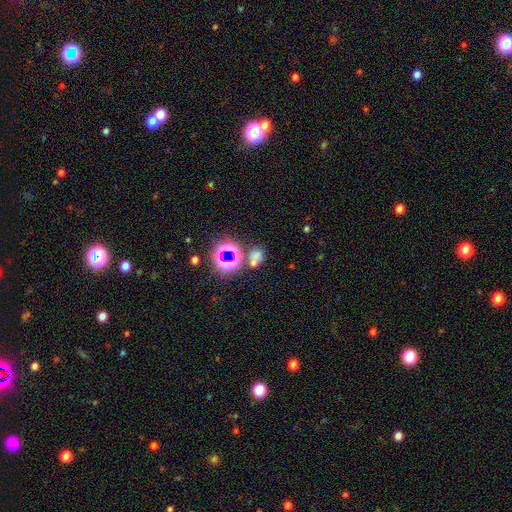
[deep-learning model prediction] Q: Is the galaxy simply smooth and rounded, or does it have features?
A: smooth — 47%.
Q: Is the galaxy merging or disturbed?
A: none — 50%.